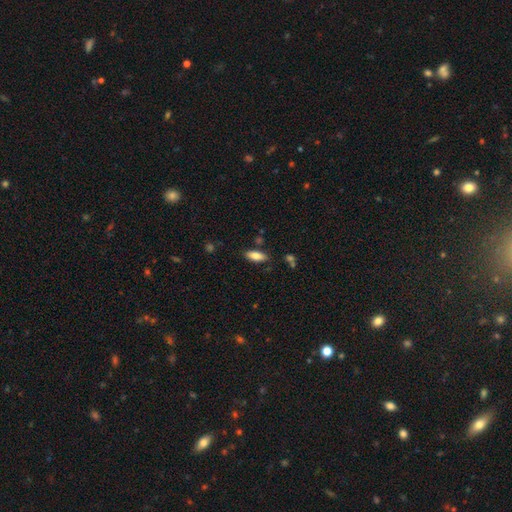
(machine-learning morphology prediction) A smooth galaxy with no disk features (81%) that is in between round and cigar-shaped (78%). Merging: none (83%).